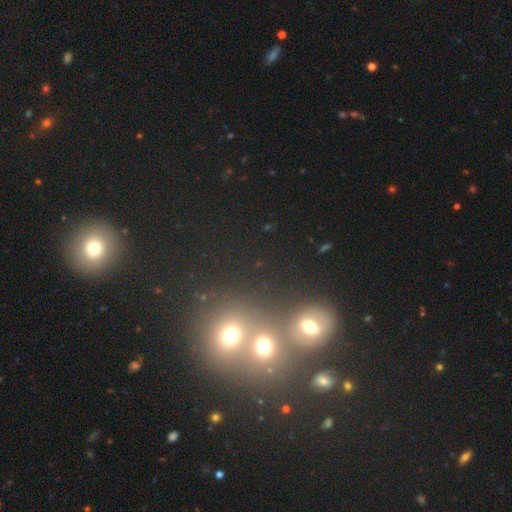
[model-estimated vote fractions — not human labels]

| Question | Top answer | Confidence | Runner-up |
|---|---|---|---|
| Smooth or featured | smooth | 47% | star or artifact (39%) |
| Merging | merger | 44% | tied: none (44%) |